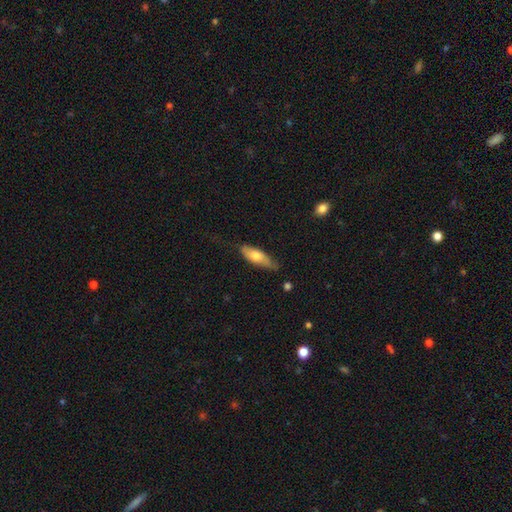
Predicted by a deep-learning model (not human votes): Smooth or featured: smooth — 65% (featured or disk — 29%)
How rounded: in between — 62% (cigar-shaped — 36%)
Merging: none — 62% (minor disturbance — 29%)